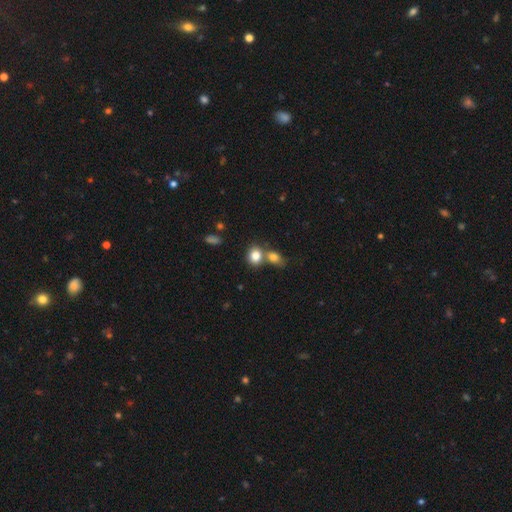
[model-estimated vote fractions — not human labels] A smooth galaxy with no disk features (83%) that is round (51%). Merging: merger (46%).